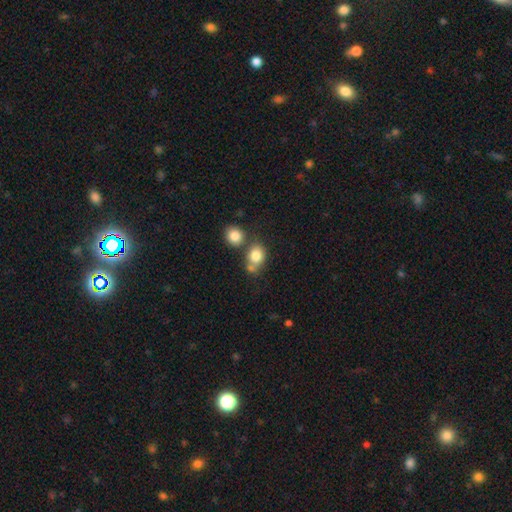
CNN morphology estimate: Q: Smooth or featured?
A: smooth (81%); runner-up: star or artifact (10%)
Q: How rounded?
A: round (60%); runner-up: in between (38%)
Q: Merging?
A: none (48%); runner-up: merger (35%)